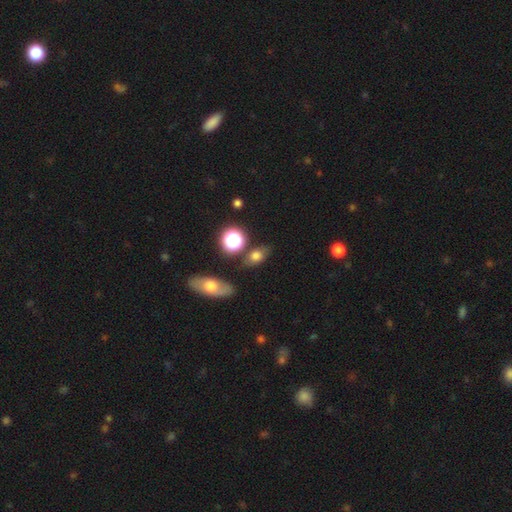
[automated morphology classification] This appears to be a smooth galaxy with no disk features (69%) that is in between round and cigar-shaped (67%). Merging: none (75%).